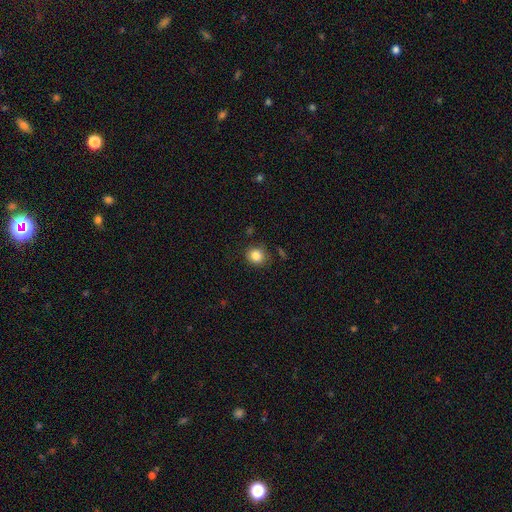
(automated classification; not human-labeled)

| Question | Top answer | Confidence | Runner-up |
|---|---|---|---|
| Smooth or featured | smooth | 85% | star or artifact (10%) |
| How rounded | round | 80% | in between (19%) |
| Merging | none | 83% | minor disturbance (12%) |